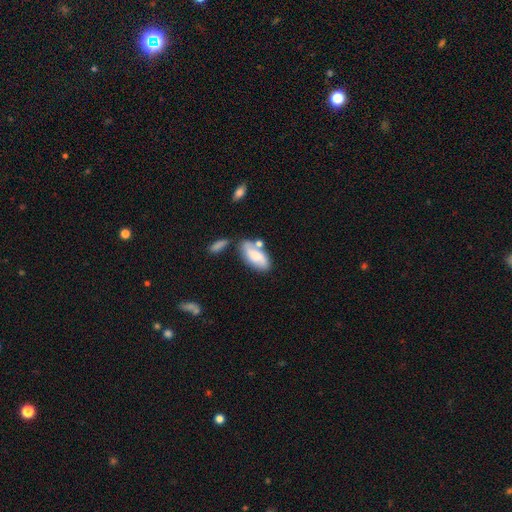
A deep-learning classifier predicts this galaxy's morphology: Overall: smooth (58%; featured or disk 35%). How rounded: in between (89%). Merging: none (52%; minor disturbance 21%).